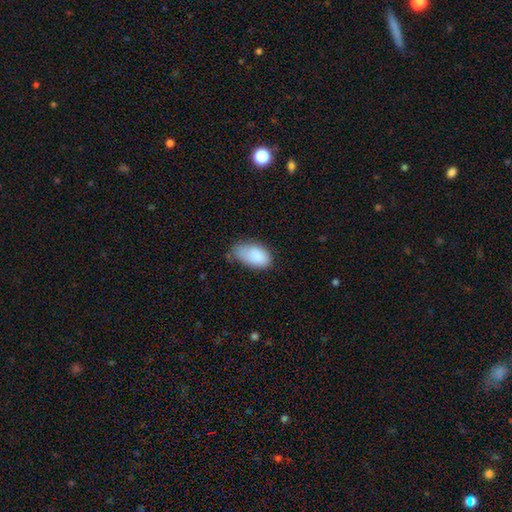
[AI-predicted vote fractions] smooth 86%, featured or disk 7%, star or artifact 7%. Down the decision tree: how rounded — in between (94%); merging — minor disturbance (42%, tied with none).